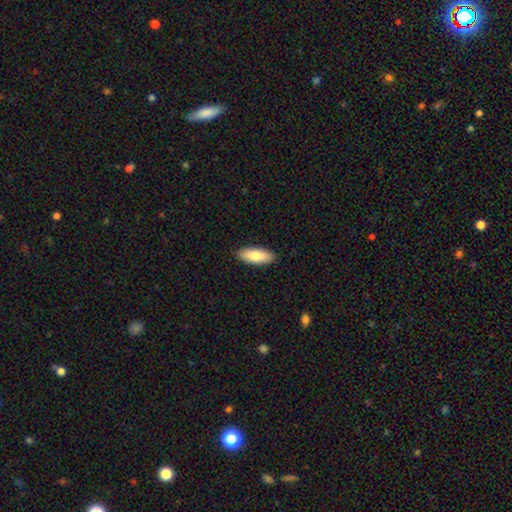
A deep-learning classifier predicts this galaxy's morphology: A smooth galaxy with no disk features (83%) that is in between round and cigar-shaped (78%). Merging: none (90%).